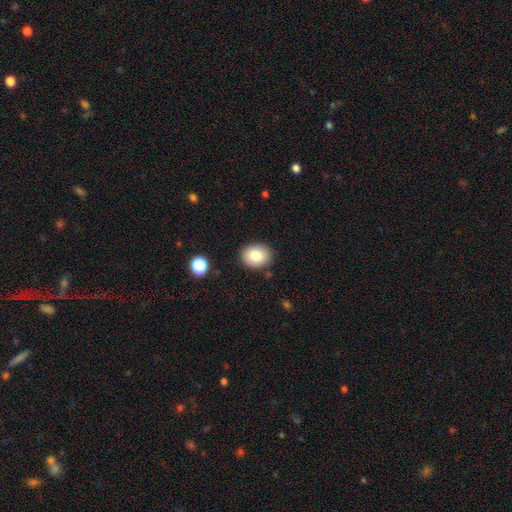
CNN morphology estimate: Q: Smooth or featured?
A: smooth (83%); runner-up: star or artifact (9%)
Q: How rounded?
A: in between (53%); runner-up: round (46%)
Q: Merging?
A: none (86%); runner-up: minor disturbance (9%)